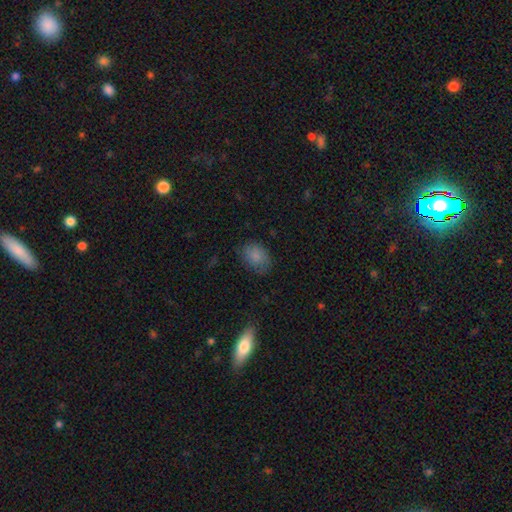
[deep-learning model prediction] smooth_or_featured: smooth (p=0.84) [alt: star or artifact p=0.09]
how_rounded: in between (p=0.71) [alt: round p=0.28]
merging: none (p=0.73) [alt: minor disturbance p=0.21]